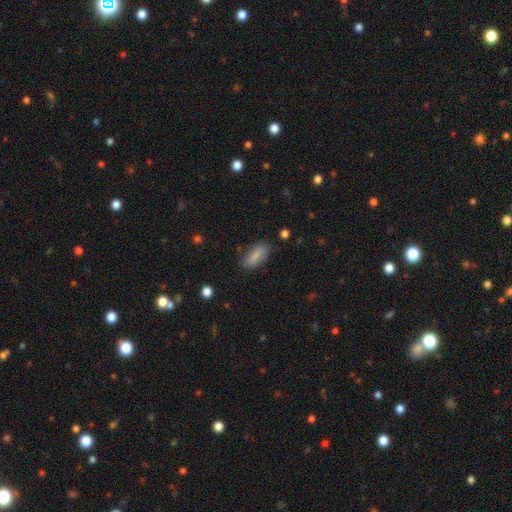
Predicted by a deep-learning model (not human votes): Morphology: type=smooth (83%); roundness=in between (82%); merging=none (80%).